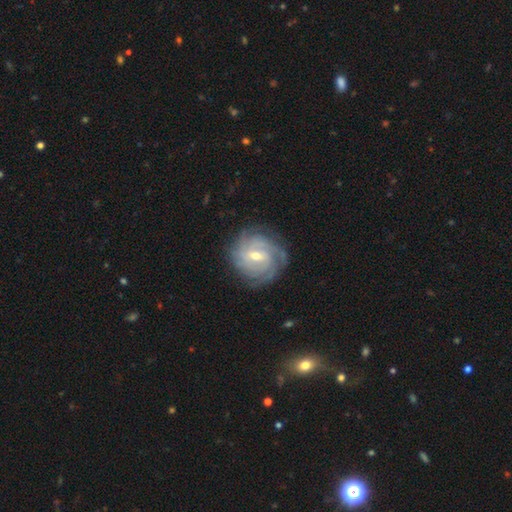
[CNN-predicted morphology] This is clearly a featured or disk galaxy (86%). It is clearly not viewed edge-on (97%). Bar: possibly weak (57%). Spiral arm pattern: clearly yes (96%). Spiral arm count: marginally can't tell (29%). Spiral winding: likely tight (73%). Central bulge: possibly moderate (54%). Merging: likely none (79%).